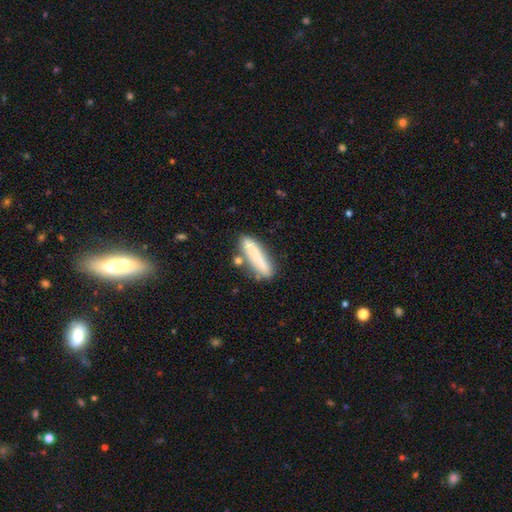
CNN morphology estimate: Smooth or featured?
  - smooth: 75% *
  - featured or disk: 18%
  - star or artifact: 8%
How rounded?
  - cigar-shaped: 84% *
  - in between: 15%
  - round: 2%
Merging?
  - none: 70% *
  - minor disturbance: 16%
  - merger: 9%
  - major disturbance: 5%